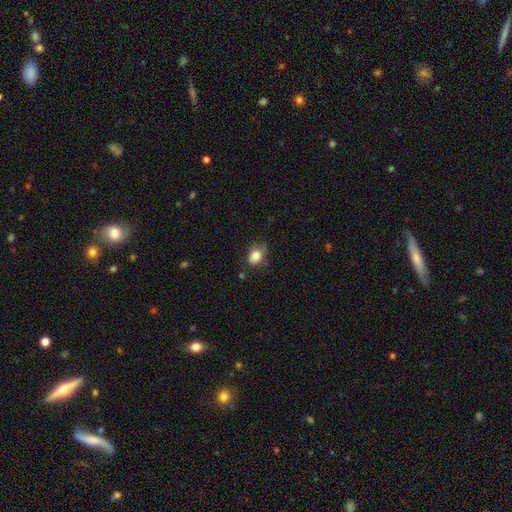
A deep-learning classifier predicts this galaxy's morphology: Overall: smooth (84%). How rounded: in between (65%; round 34%). Merging: none (58%; minor disturbance 31%).